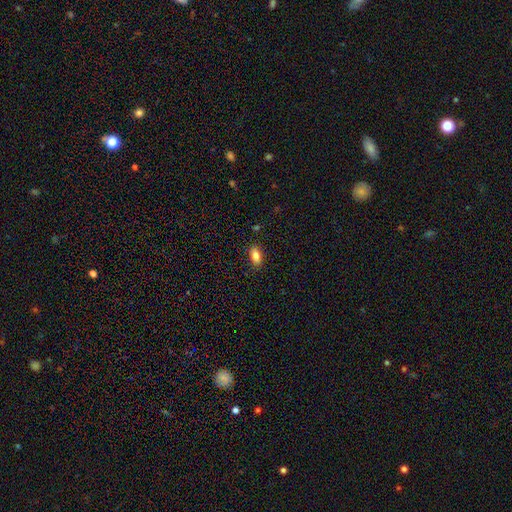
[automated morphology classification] smooth-or-featured: smooth: 82% | featured or disk: 10% | star or artifact: 8%
  how-rounded: in between: 87% | cigar-shaped: 10% | round: 4%
  merging: none: 86% | minor disturbance: 10% | major disturbance: 2% | merger: 1%